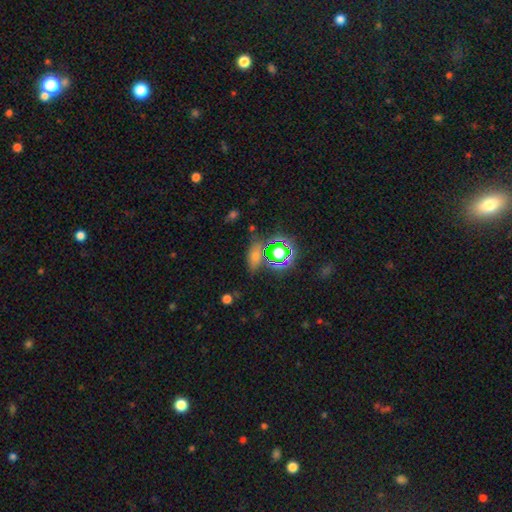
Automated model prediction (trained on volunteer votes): This appears to be a star or artifact, not a galaxy (56%).